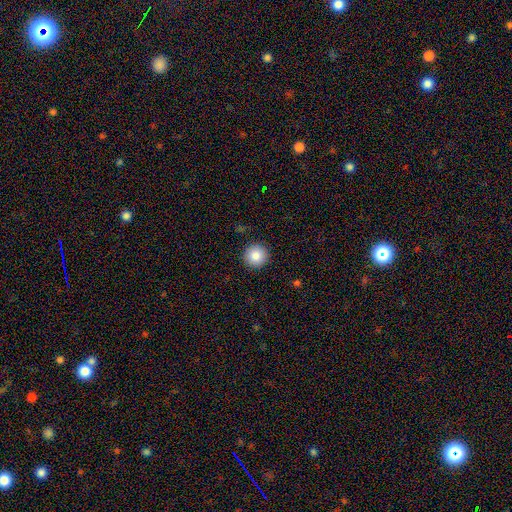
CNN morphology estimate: Smooth or featured? Predicted: smooth (p=0.86). How rounded? Predicted: round (p=0.95). Merging? Predicted: none (p=0.92).